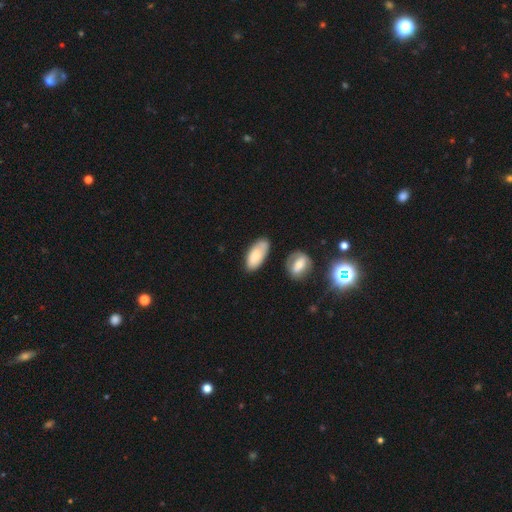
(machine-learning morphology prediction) Q: Smooth or featured?
A: smooth (73%); runner-up: featured or disk (21%)
Q: How rounded?
A: in between (89%); runner-up: cigar-shaped (8%)
Q: Merging?
A: none (68%); runner-up: minor disturbance (21%)